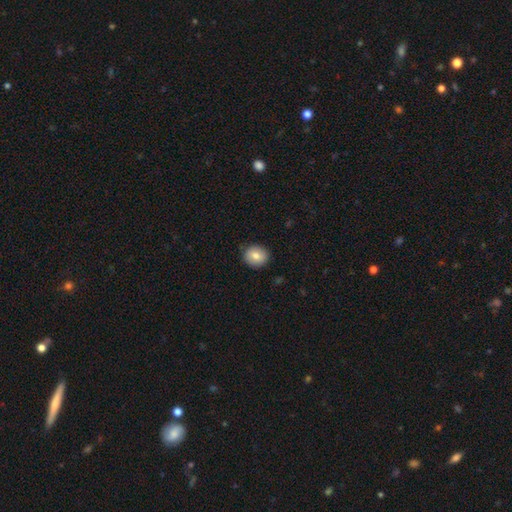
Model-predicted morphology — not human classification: A smooth galaxy with no disk features (80%) that is round (80%).

Vote fractions:
- Smooth or featured? smooth: 80% / featured or disk: 12% / star or artifact: 8%
- How rounded? round: 80% / in between: 19% / cigar-shaped: 1%
- Merging? none: 87% / minor disturbance: 9% / major disturbance: 2% / merger: 1%